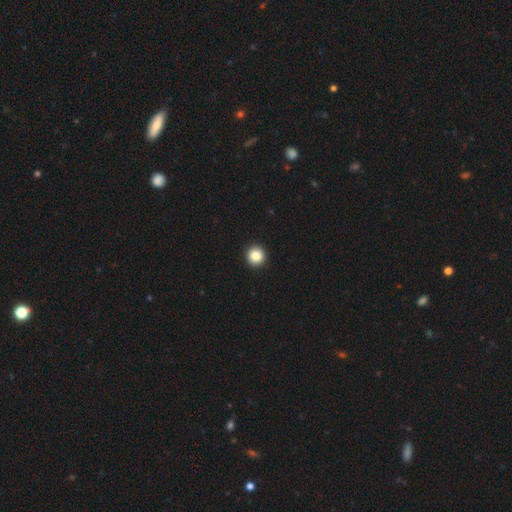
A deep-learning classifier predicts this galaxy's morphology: Smooth or featured: smooth — 86% (star or artifact — 10%)
How rounded: round — 95% (in between — 4%)
Merging: none — 94% (minor disturbance — 3%)